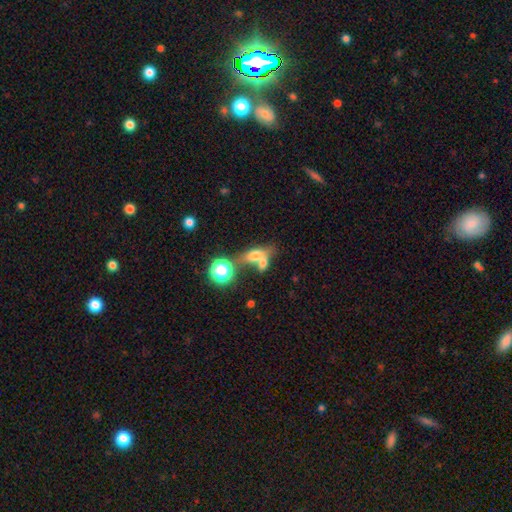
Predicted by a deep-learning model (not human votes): Smooth or featured? Predicted: smooth (p=0.66). How rounded? Predicted: in between (p=0.68). Merging? Predicted: merger (p=0.51).